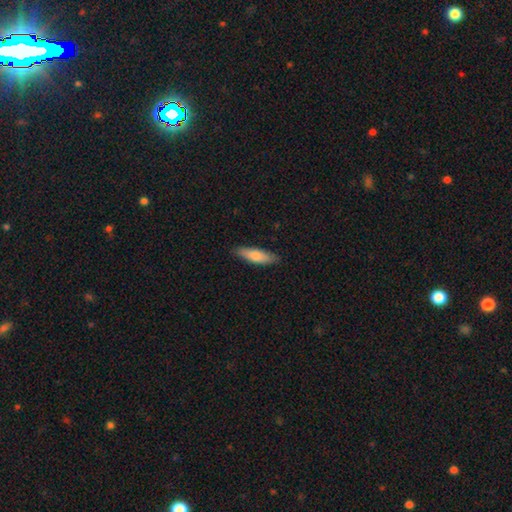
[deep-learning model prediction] Smooth or featured: smooth — 77% (featured or disk — 18%)
How rounded: cigar-shaped — 55% (in between — 43%)
Merging: none — 86% (minor disturbance — 11%)